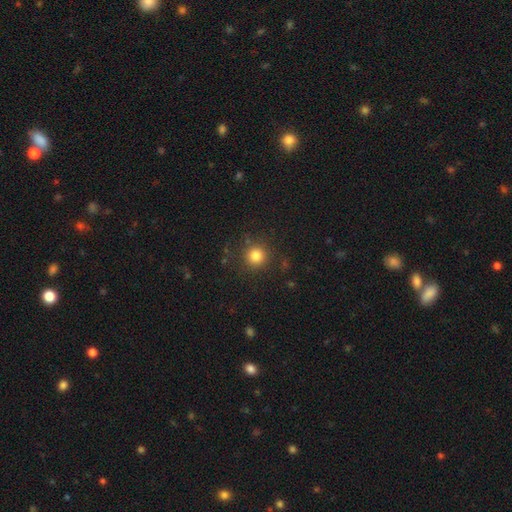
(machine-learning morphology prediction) Smooth or featured? smooth (82%)
How rounded? round (94%)
Merging? none (88%)